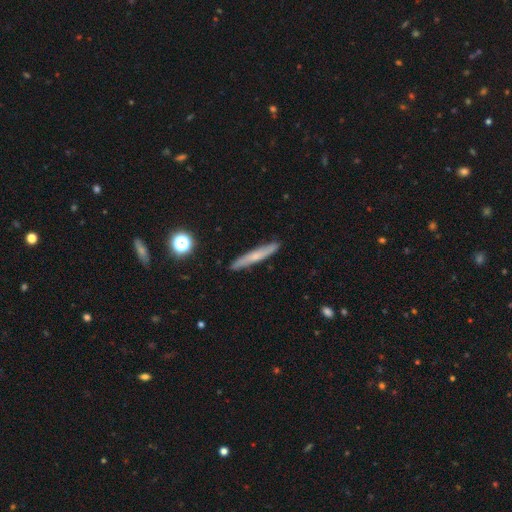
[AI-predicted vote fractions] This appears to be a smooth galaxy with no disk features (52%) that is cigar-shaped (94%). Merging: none (88%).